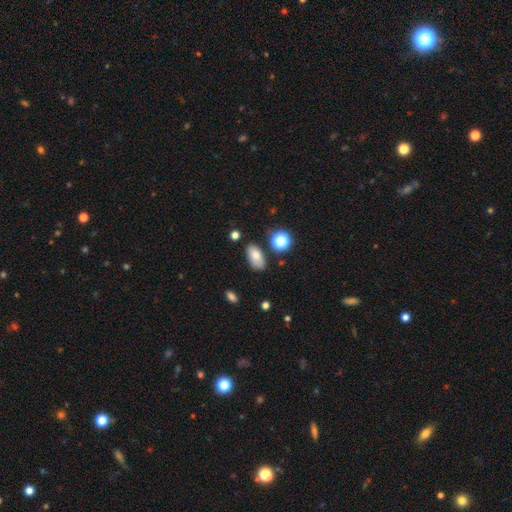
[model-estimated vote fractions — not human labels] smooth-or-featured: smooth: 78% | featured or disk: 11% | star or artifact: 11%
  how-rounded: in between: 90% | round: 6% | cigar-shaped: 4%
  merging: none: 75% | minor disturbance: 17% | merger: 4% | major disturbance: 4%